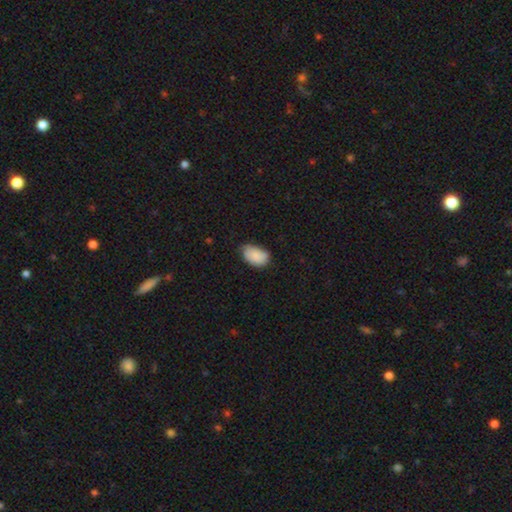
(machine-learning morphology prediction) Smooth or featured?
  - smooth: 87% *
  - star or artifact: 7%
  - featured or disk: 6%
How rounded?
  - in between: 90% *
  - round: 9%
  - cigar-shaped: 1%
Merging?
  - none: 62% *
  - minor disturbance: 32%
  - major disturbance: 5%
  - merger: 2%